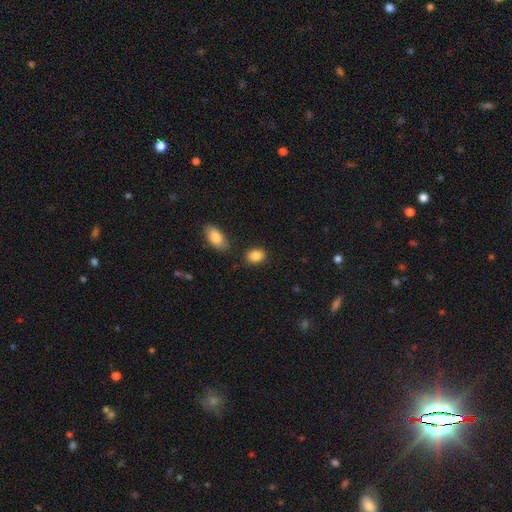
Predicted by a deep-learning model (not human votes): smooth-or-featured: smooth: 87% | star or artifact: 8% | featured or disk: 5%
  how-rounded: in between: 73% | round: 26% | cigar-shaped: 2%
  merging: none: 80% | minor disturbance: 11% | merger: 5% | major disturbance: 3%